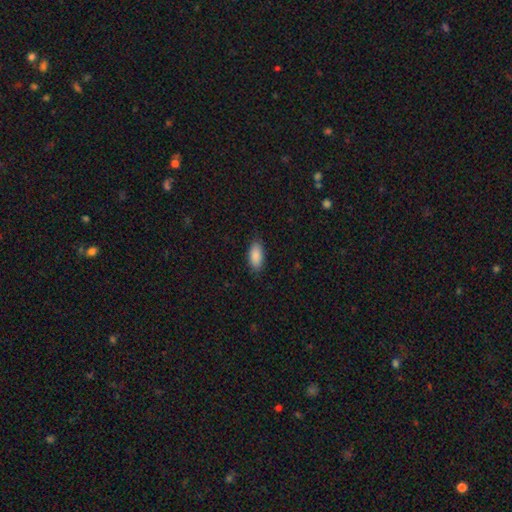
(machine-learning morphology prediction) Q: Smooth or featured?
A: smooth (89%); runner-up: star or artifact (6%)
Q: How rounded?
A: in between (89%); runner-up: cigar-shaped (9%)
Q: Merging?
A: none (85%); runner-up: minor disturbance (12%)